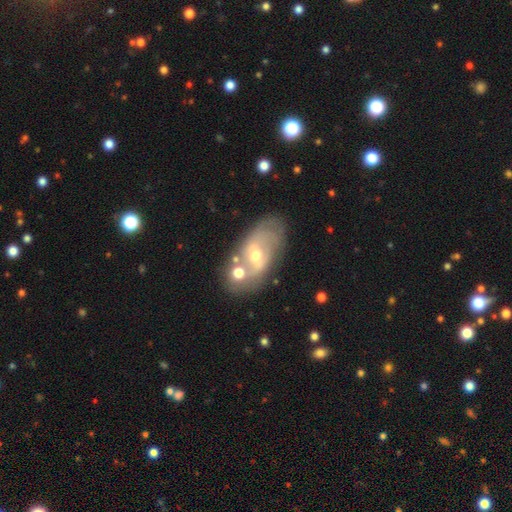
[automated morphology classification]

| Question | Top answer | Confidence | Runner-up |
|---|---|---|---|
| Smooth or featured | featured or disk | 69% | smooth (22%) |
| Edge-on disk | no | 92% | yes (8%) |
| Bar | weak | 47% | no (31%) |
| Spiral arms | yes | 63% | no (37%) |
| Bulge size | small | 48% | moderate (47%) |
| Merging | none | 53% | merger (21%) |